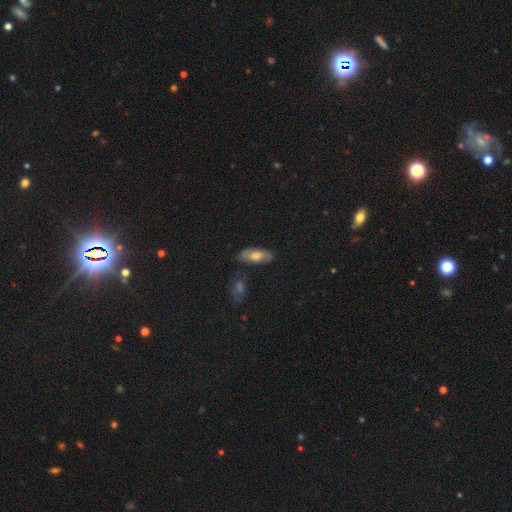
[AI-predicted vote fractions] This appears to be a smooth galaxy with no disk features (59%) that is in between round and cigar-shaped (82%). Merging: none (73%).